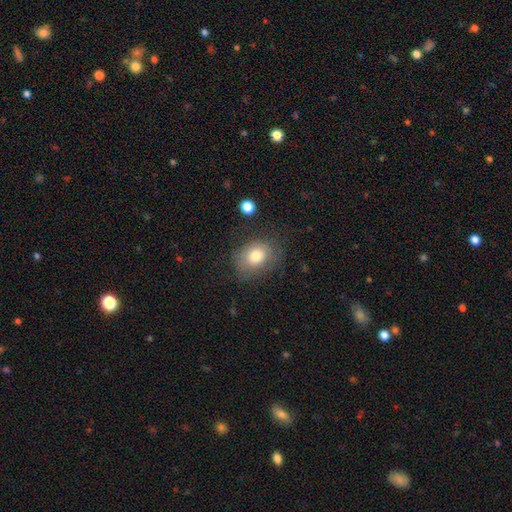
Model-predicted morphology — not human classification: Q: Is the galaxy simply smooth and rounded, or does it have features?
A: smooth — 75%.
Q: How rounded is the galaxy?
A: in between — 57%.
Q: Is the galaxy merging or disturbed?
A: none — 70%.